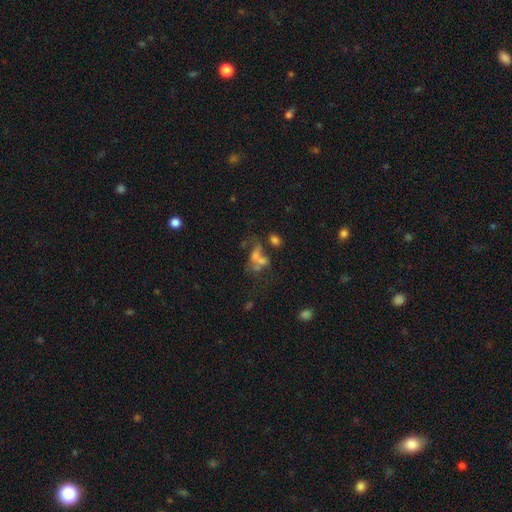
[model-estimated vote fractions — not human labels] featured or disk 37%, star or artifact 32%, smooth 31%. Down the decision tree: merging — merger (34%).